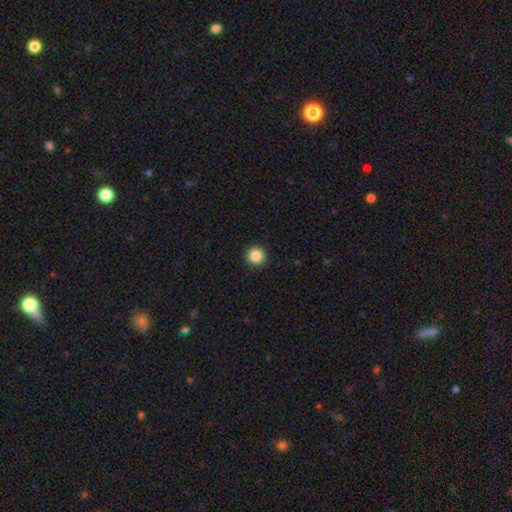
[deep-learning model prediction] A smooth galaxy with no disk features (87%) that is round (96%).

Vote fractions:
- Smooth or featured? smooth: 87% / star or artifact: 10% / featured or disk: 3%
- How rounded? round: 96% / in between: 3% / cigar-shaped: 1%
- Merging? none: 94% / minor disturbance: 4% / major disturbance: 1% / merger: 1%